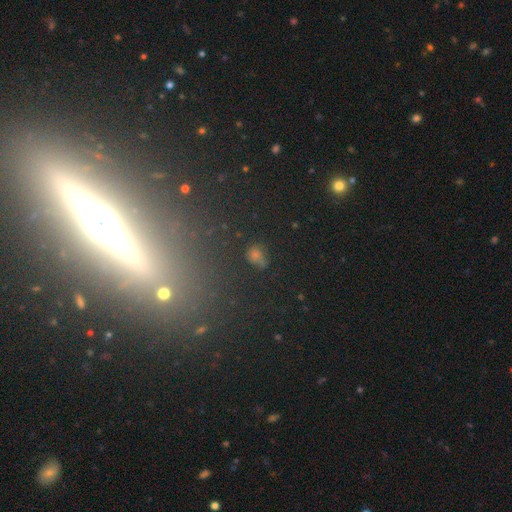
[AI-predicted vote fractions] smooth-or-featured: smooth: 56% | star or artifact: 32% | featured or disk: 12%
  how-rounded: in between: 61% | round: 36% | cigar-shaped: 3%
  merging: none: 63% | minor disturbance: 17% | major disturbance: 11% | merger: 8%